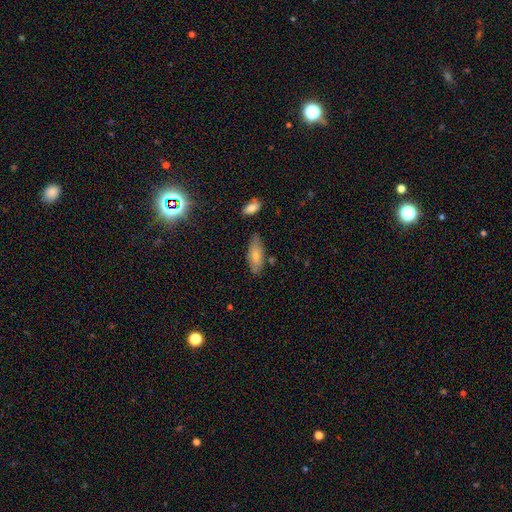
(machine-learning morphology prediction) Smooth or featured? Predicted: smooth (p=0.73). How rounded? Predicted: in between (p=0.81). Merging? Predicted: none (p=0.70).